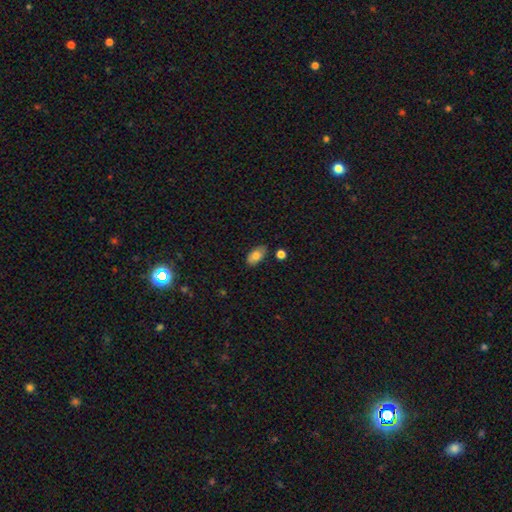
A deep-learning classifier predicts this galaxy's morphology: This appears to be a smooth galaxy with no disk features (76%) that is in between round and cigar-shaped (93%). Merging: none (79%).